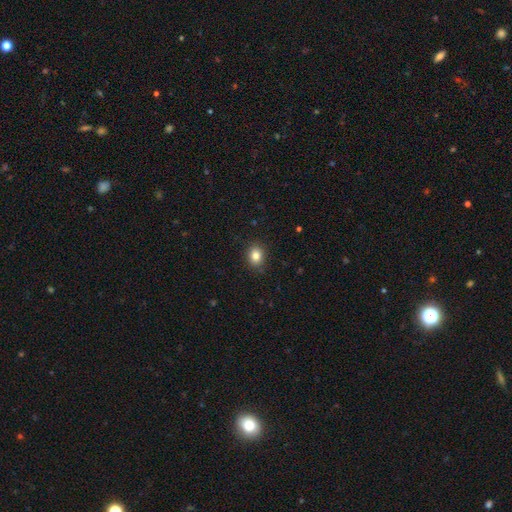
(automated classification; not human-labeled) A smooth galaxy with no disk features (84%) that is round (50%).

Vote fractions:
- Smooth or featured? smooth: 84% / star or artifact: 10% / featured or disk: 6%
- How rounded? round: 50% / in between: 49% / cigar-shaped: 1%
- Merging? none: 89% / minor disturbance: 8% / major disturbance: 2% / merger: 1%